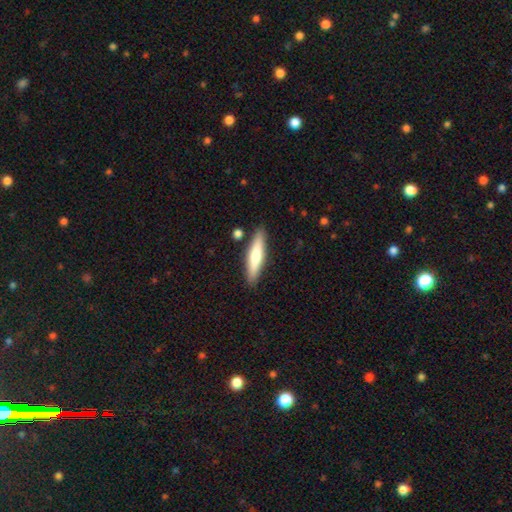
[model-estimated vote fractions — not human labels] Morphology: type=smooth (63%); roundness=cigar-shaped (82%); merging=none (86%).